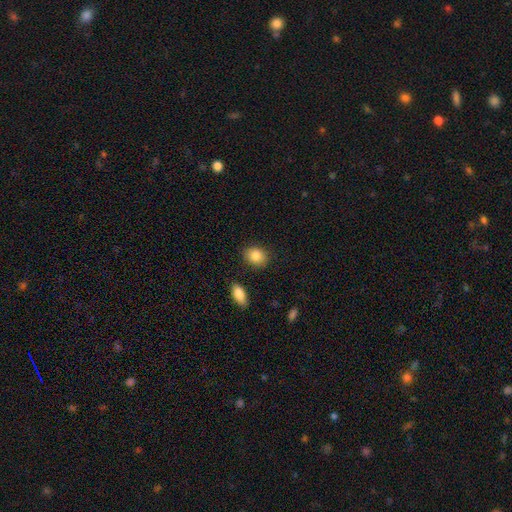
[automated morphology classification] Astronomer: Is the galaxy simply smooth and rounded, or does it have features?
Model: smooth — 87%.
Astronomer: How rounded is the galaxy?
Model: in between — 56% (runner-up: round, 42%).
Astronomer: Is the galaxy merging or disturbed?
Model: none — 85%.